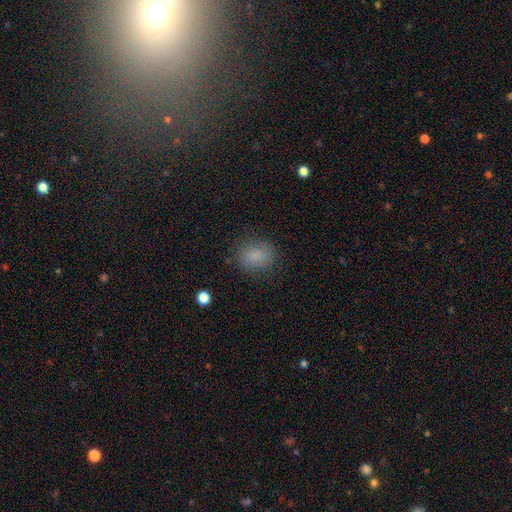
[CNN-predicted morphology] smooth_or_featured: smooth (p=0.84) [alt: star or artifact p=0.10]
how_rounded: round (p=0.53) [alt: in between p=0.45]
merging: none (p=0.82) [alt: minor disturbance p=0.12]